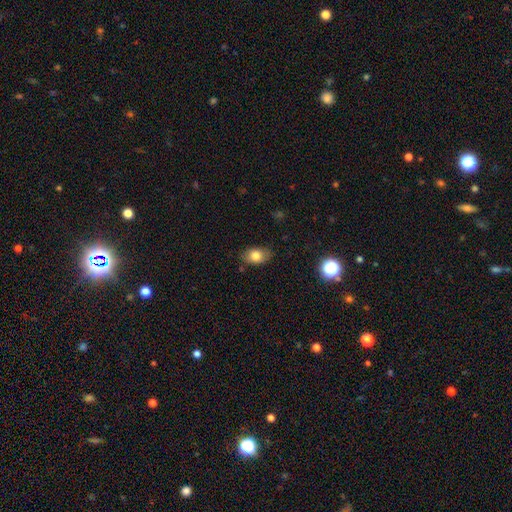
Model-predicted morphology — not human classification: smooth_or_featured: smooth (p=0.80) [alt: featured or disk p=0.10]
how_rounded: in between (p=0.80) [alt: round p=0.18]
merging: none (p=0.79) [alt: minor disturbance p=0.16]